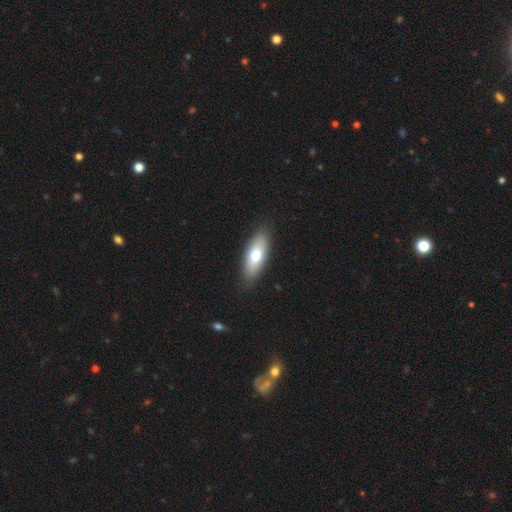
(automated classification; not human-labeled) A smooth galaxy with no disk features (70%) that is in between round and cigar-shaped (73%).

Vote fractions:
- Smooth or featured? smooth: 70% / featured or disk: 24% / star or artifact: 6%
- How rounded? in between: 73% / cigar-shaped: 24% / round: 3%
- Merging? none: 87% / minor disturbance: 9% / major disturbance: 2% / merger: 1%